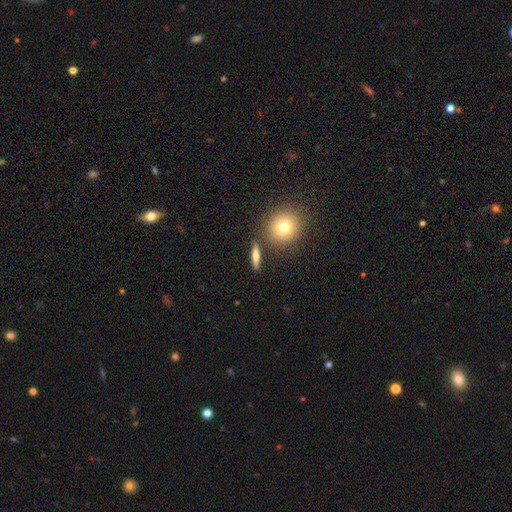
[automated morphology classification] A smooth galaxy with no disk features (64%) that is cigar-shaped (53%). Merging: none (84%).